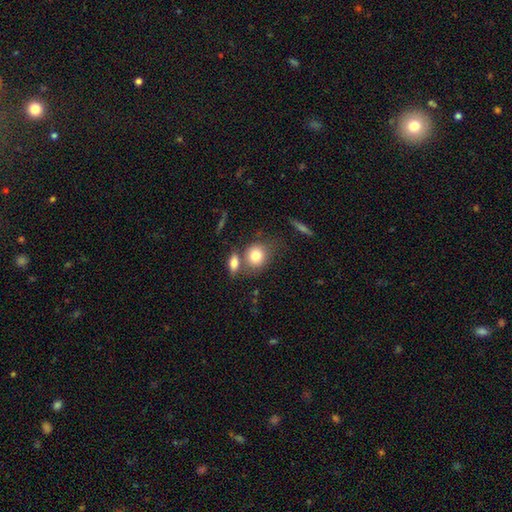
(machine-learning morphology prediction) Overall: smooth (80%). How rounded: round (66%; in between 32%). Merging: none (51%; merger 31%).